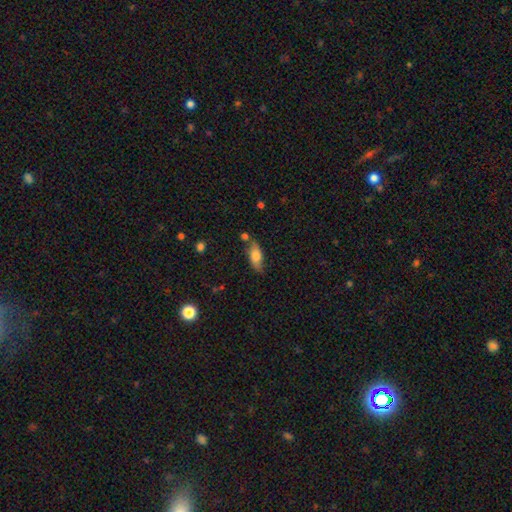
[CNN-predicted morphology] This appears to be a smooth galaxy with no disk features (68%) that is in between round and cigar-shaped (79%). Merging: none (66%).